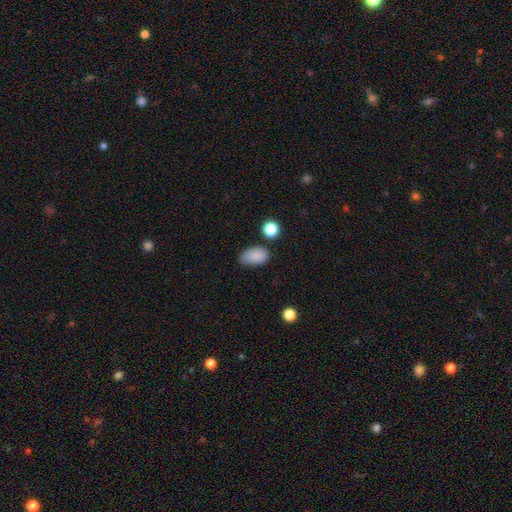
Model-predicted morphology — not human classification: The model was most divided on "merging": none: 70%, minor disturbance: 22%, major disturbance: 5%, merger: 4%. More confident: how rounded — in between (92%); smooth or featured — smooth (86%).